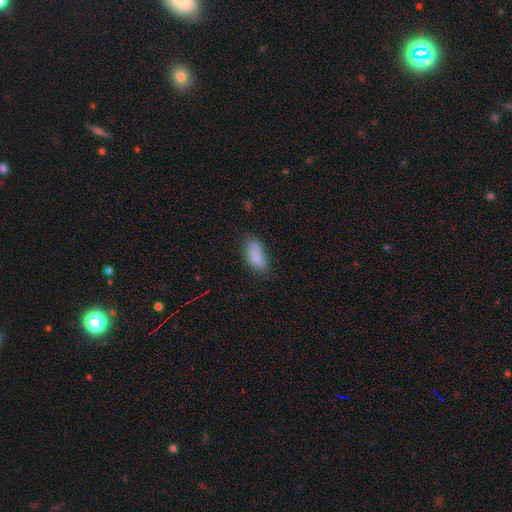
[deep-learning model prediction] This is likely a smooth galaxy (77%). How rounded: clearly in between (84%). Merging: possibly none (51%).